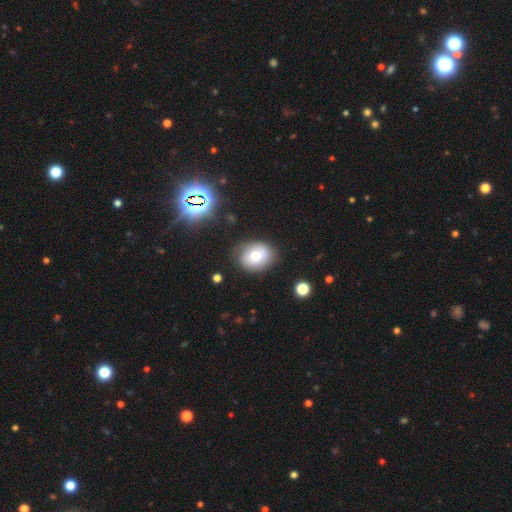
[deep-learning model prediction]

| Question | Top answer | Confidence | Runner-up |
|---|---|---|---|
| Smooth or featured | smooth | 58% | featured or disk (31%) |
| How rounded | round | 56% | in between (43%) |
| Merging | none | 73% | minor disturbance (19%) |